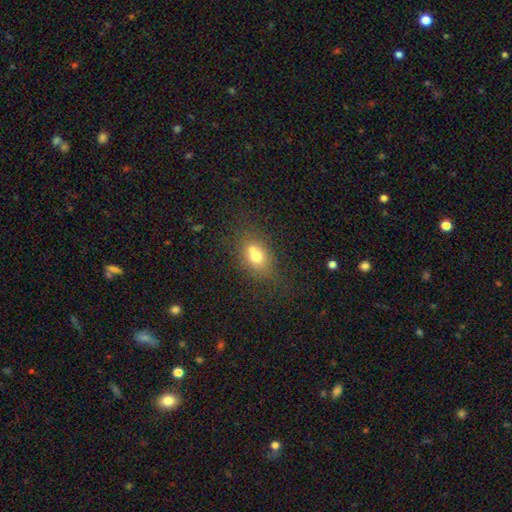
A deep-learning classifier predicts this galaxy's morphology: Smooth or featured: smooth — 68% (featured or disk — 19%)
How rounded: in between — 64% (round — 33%)
Merging: none — 45% (merger — 33%)